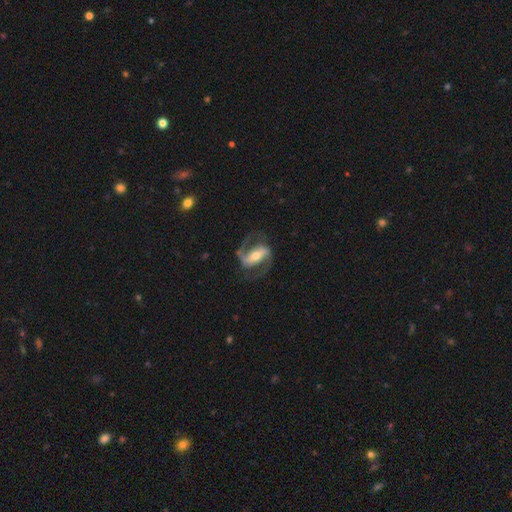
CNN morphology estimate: featured or disk 90%, smooth 6%, star or artifact 4%. Down the decision tree: edge-on disk — no (96%); bar — strong (64%); spiral arms — yes (97%); spiral arm count — 2 (93%); spiral winding — medium (57%); bulge size — moderate (56%); merging — none (78%).